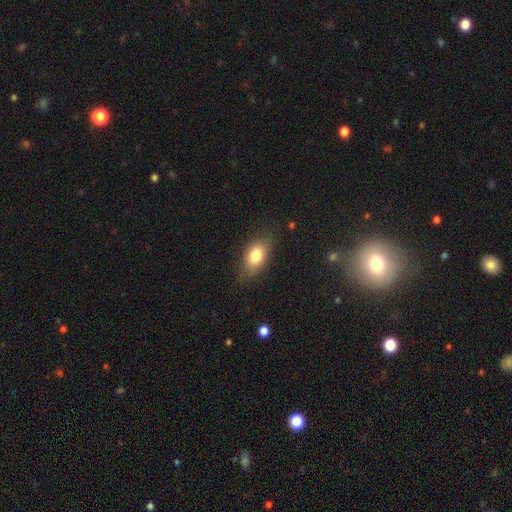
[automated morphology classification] Smooth or featured? Predicted: smooth (p=0.80). How rounded? Predicted: in between (p=0.87). Merging? Predicted: none (p=0.79).